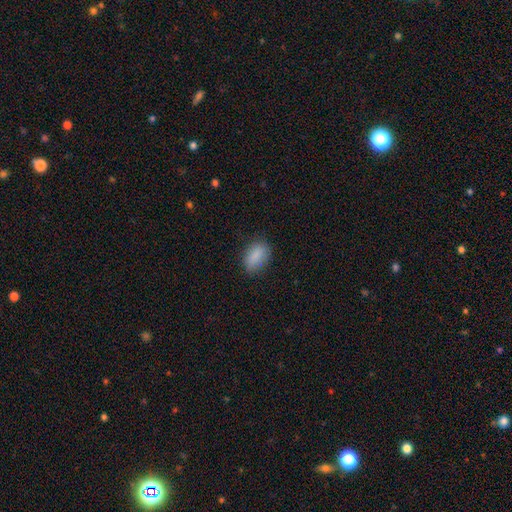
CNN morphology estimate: A smooth galaxy with no disk features (86%) that is in between round and cigar-shaped (89%). Merging: none (78%).